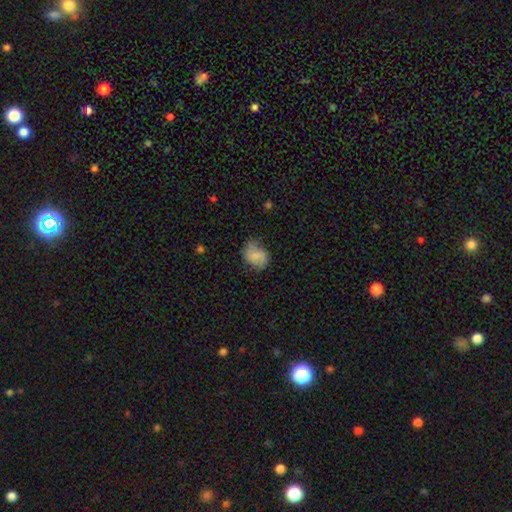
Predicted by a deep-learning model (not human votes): smooth_or_featured: smooth (p=0.60) [alt: featured or disk p=0.31]
how_rounded: in between (p=0.54) [alt: round p=0.44]
merging: none (p=0.66) [alt: minor disturbance p=0.25]